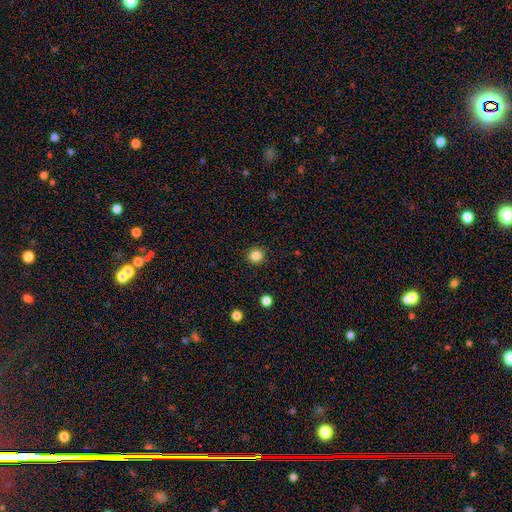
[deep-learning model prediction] This is clearly a smooth galaxy (84%). How rounded: clearly round (93%). Merging: clearly none (92%).